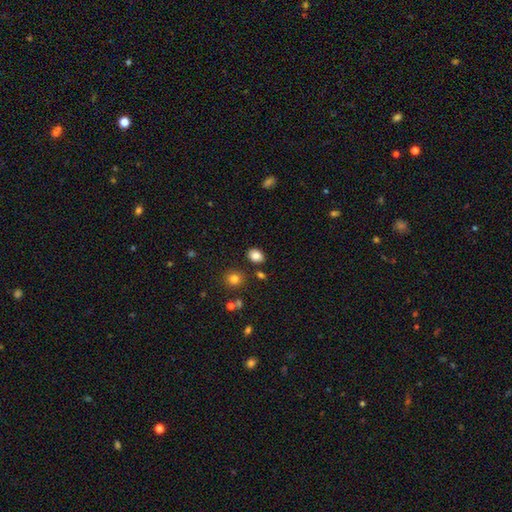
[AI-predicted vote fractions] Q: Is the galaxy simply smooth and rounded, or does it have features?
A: smooth — 84%.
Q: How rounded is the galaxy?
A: in between — 65%.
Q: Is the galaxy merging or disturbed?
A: none — 83%.